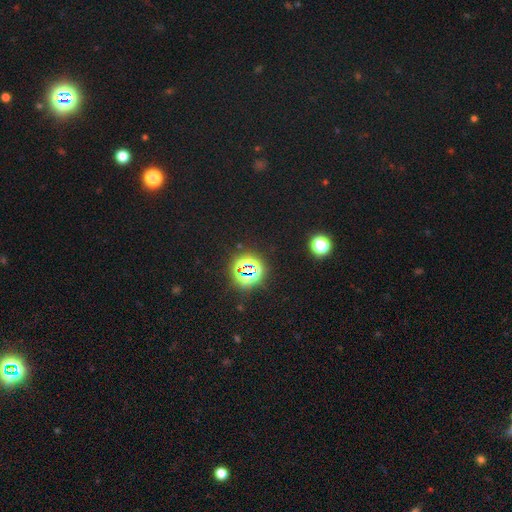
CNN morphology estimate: Smooth or featured? Predicted: star or artifact (p=0.76).